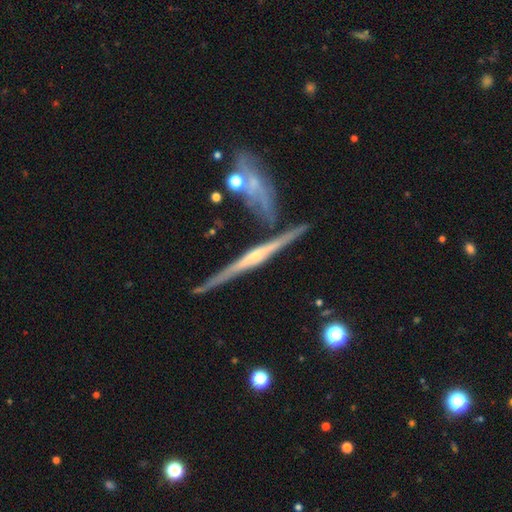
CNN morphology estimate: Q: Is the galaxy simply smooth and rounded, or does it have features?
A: featured or disk — 83%.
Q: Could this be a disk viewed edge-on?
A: yes — 97%.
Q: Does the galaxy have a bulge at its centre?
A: rounded — 70%.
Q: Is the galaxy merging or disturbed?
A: none — 78%.